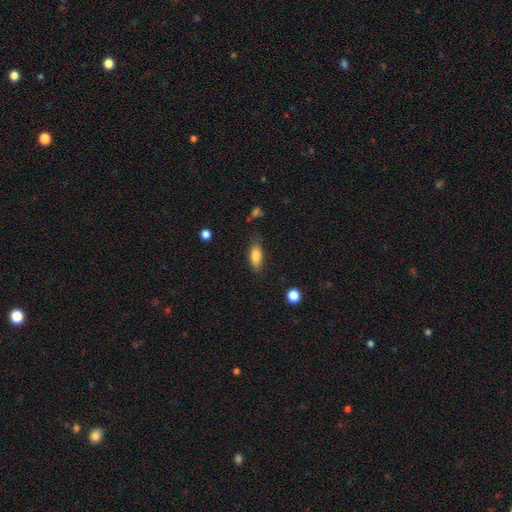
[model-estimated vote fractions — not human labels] Smooth or featured: smooth — 84% (featured or disk — 8%)
How rounded: in between — 80% (cigar-shaped — 17%)
Merging: none — 80% (minor disturbance — 15%)